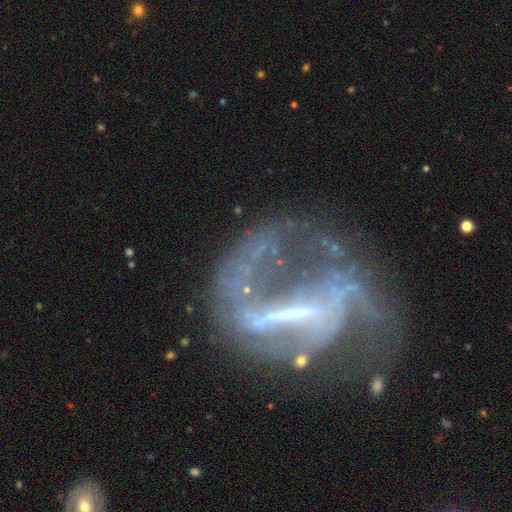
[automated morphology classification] A featured or disk galaxy (80%) with a strong bar (62%), 2 (44%) loose (57%) spiral arms (70%) and no central bulge (42%).

Vote fractions:
- Smooth or featured? featured or disk: 80% / star or artifact: 11% / smooth: 9%
- Edge-on disk? no: 95% / yes: 5%
- Bar? strong: 62% / weak: 24% / no: 14%
- Spiral arms? yes: 70% / no: 30%
- Spiral winding? loose: 57% / medium: 29% / tight: 13%
- Spiral arm count? 2: 44% / can't tell: 24% / 1: 17% / 3: 8% / 4: 4% / more than 4: 4%
- Bulge size? none: 42% / small: 34% / moderate: 19% / large: 3% / dominant: 2%
- Merging? major disturbance: 43% / none: 34% / minor disturbance: 16% / merger: 7%